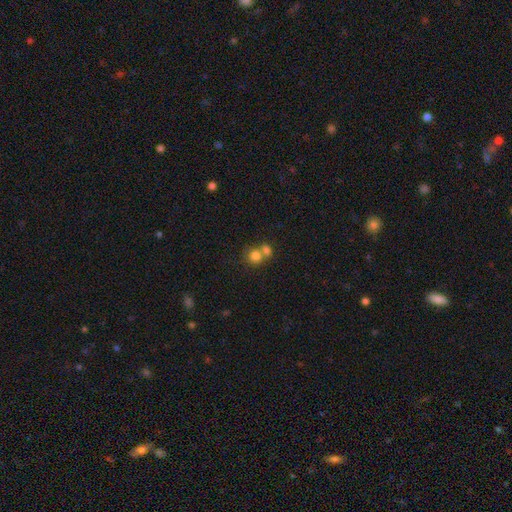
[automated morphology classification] Smooth or featured?
  - smooth: 78% *
  - star or artifact: 11%
  - featured or disk: 11%
How rounded?
  - round: 82% *
  - in between: 17%
  - cigar-shaped: 1%
Merging?
  - merger: 52% *
  - none: 38%
  - minor disturbance: 7%
  - major disturbance: 3%